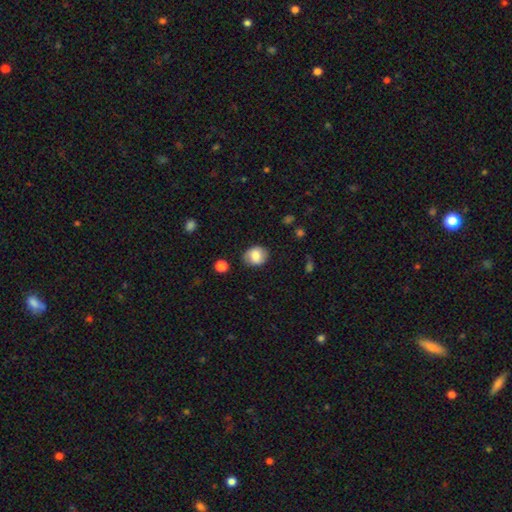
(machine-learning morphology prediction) This is likely a smooth galaxy (72%). How rounded: possibly round (60%). Merging: likely none (79%).